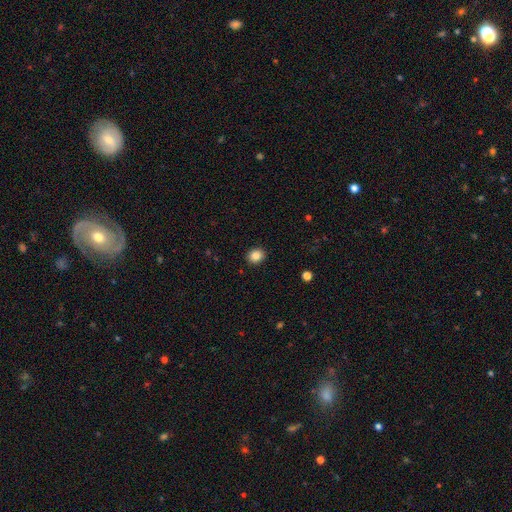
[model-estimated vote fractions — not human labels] A smooth galaxy with no disk features (85%) that is round (70%).

Vote fractions:
- Smooth or featured? smooth: 85% / star or artifact: 10% / featured or disk: 5%
- How rounded? round: 70% / in between: 29% / cigar-shaped: 1%
- Merging? none: 91% / minor disturbance: 6% / major disturbance: 2% / merger: 1%